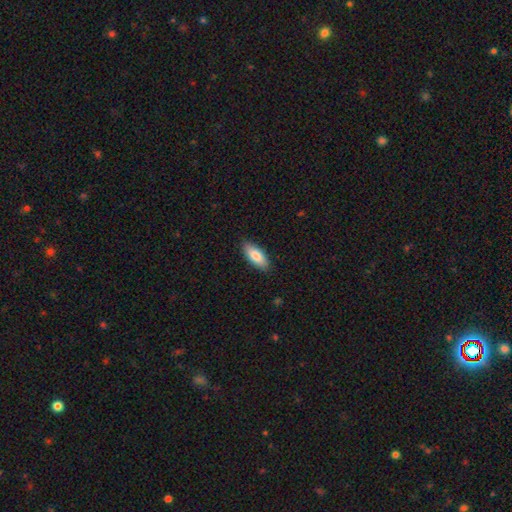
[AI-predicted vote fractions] smooth-or-featured: smooth: 82% | featured or disk: 13% | star or artifact: 6%
  how-rounded: in between: 81% | cigar-shaped: 18% | round: 2%
  merging: none: 87% | minor disturbance: 10% | major disturbance: 2% | merger: 1%